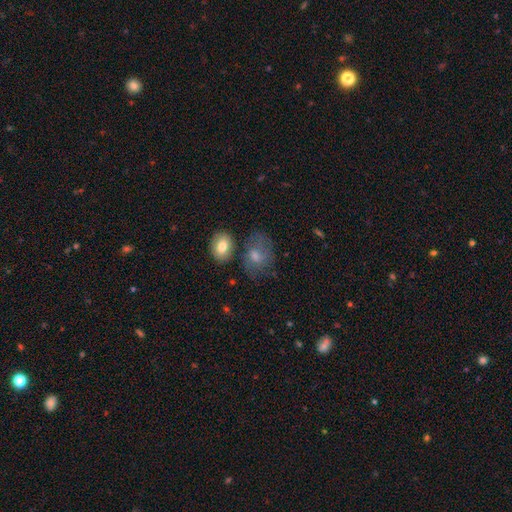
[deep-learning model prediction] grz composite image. It shows a smooth galaxy with no disk features (53%) that is in between round and cigar-shaped (64%). Merging: none (57%).